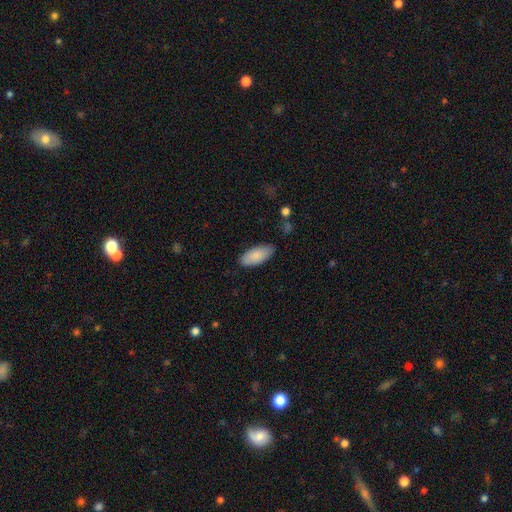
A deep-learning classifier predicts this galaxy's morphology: Smooth or featured?
  - smooth: 86% *
  - featured or disk: 8%
  - star or artifact: 6%
How rounded?
  - in between: 88% *
  - cigar-shaped: 11%
  - round: 2%
Merging?
  - none: 83% *
  - minor disturbance: 14%
  - major disturbance: 2%
  - merger: 1%